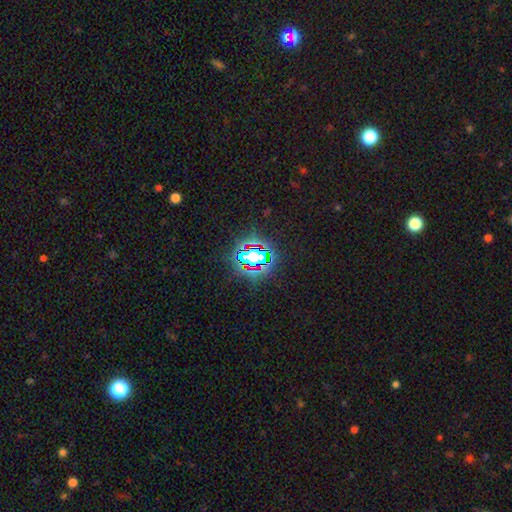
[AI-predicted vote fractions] Overall: star or artifact (69%).